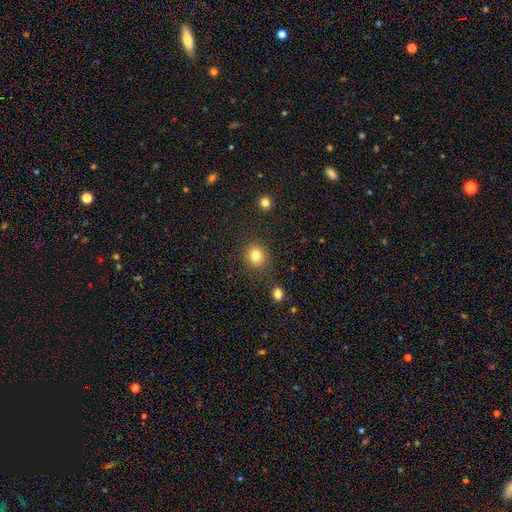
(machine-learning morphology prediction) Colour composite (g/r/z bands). It shows a smooth galaxy with no disk features (81%) that is round (82%). Merging: none (85%).